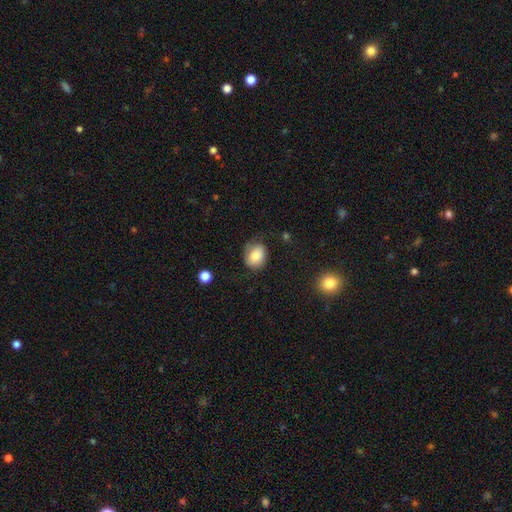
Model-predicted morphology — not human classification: smooth 80%, featured or disk 12%, star or artifact 8%. Down the decision tree: how rounded — in between (53%); merging — none (62%).